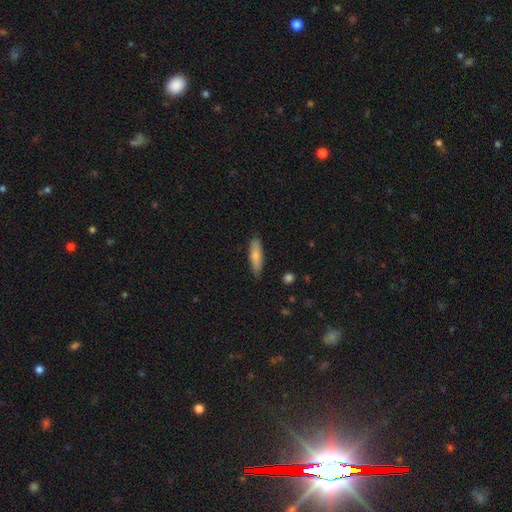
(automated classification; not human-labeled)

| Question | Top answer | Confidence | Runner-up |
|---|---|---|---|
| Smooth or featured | smooth | 78% | featured or disk (16%) |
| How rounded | cigar-shaped | 65% | in between (34%) |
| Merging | none | 85% | minor disturbance (12%) |